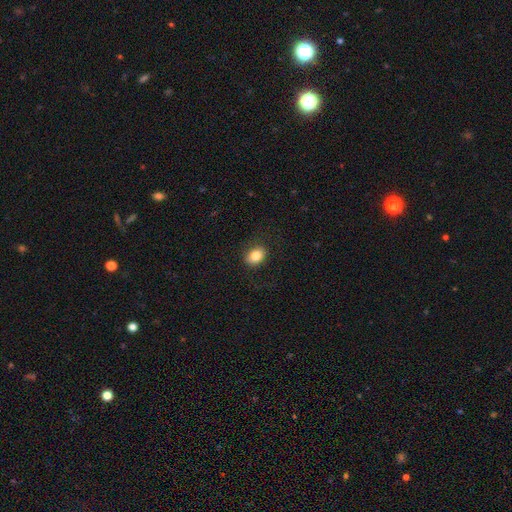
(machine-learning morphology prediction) smooth 84%, star or artifact 9%, featured or disk 7%. Down the decision tree: how rounded — in between (68%); merging — none (86%).